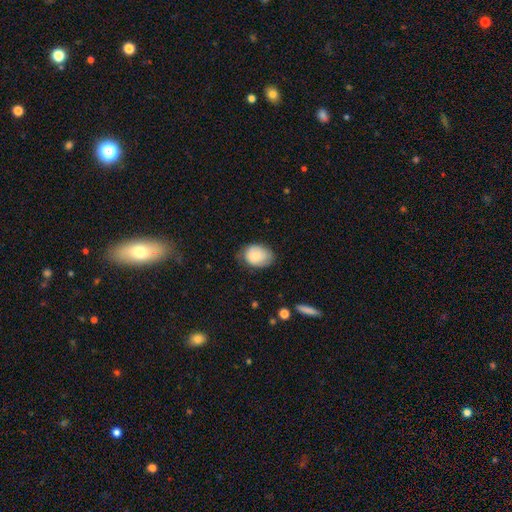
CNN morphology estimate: This appears to be a smooth galaxy with no disk features (79%) that is in between round and cigar-shaped (67%). Merging: none (65%).